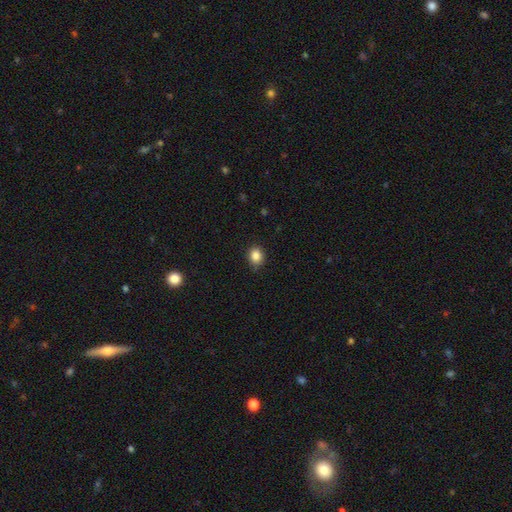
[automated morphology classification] A smooth galaxy with no disk features (86%) that is round (64%). Merging: none (83%).